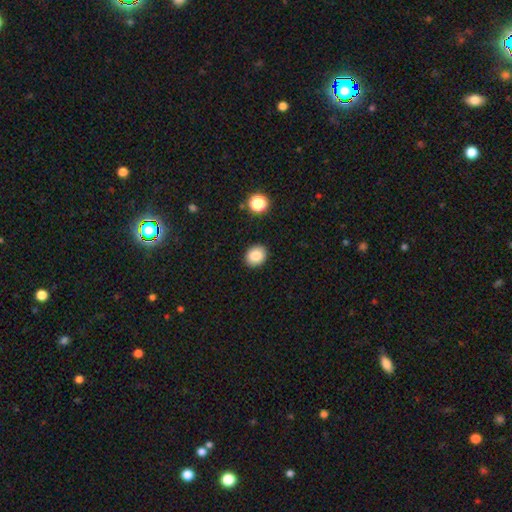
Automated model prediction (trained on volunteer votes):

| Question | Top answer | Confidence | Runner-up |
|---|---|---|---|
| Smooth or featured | smooth | 85% | star or artifact (10%) |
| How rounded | round | 51% | in between (48%) |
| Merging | none | 89% | minor disturbance (7%) |